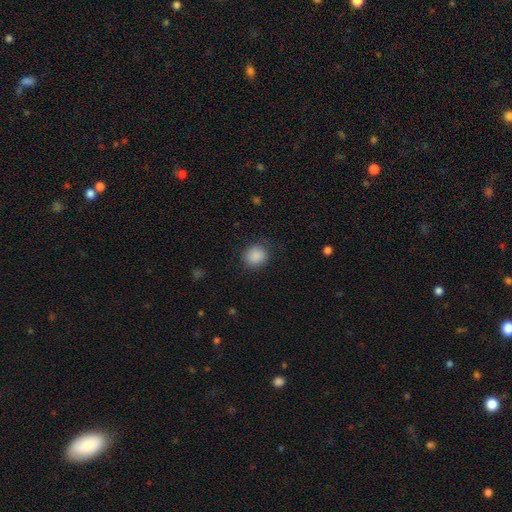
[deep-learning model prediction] smooth_or_featured: smooth (p=0.88) [alt: star or artifact p=0.08]
how_rounded: round (p=0.81) [alt: in between p=0.18]
merging: none (p=0.83) [alt: minor disturbance p=0.12]